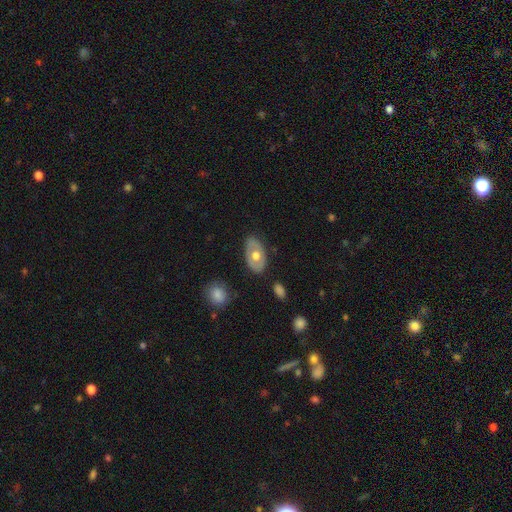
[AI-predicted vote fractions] Morphology: type=smooth (51%); roundness=in between (87%); merging=none (79%).